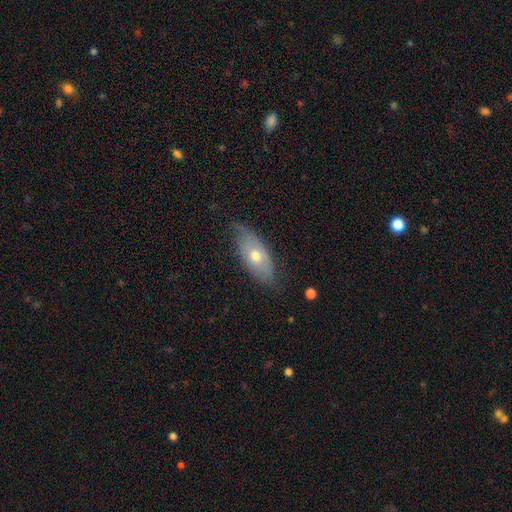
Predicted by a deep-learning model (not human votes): A smooth galaxy with no disk features (50%) that is in between round and cigar-shaped (85%).

Vote fractions:
- Smooth or featured? smooth: 50% / featured or disk: 42% / star or artifact: 8%
- How rounded? in between: 85% / cigar-shaped: 9% / round: 5%
- Merging? none: 62% / minor disturbance: 30% / major disturbance: 7% / merger: 1%